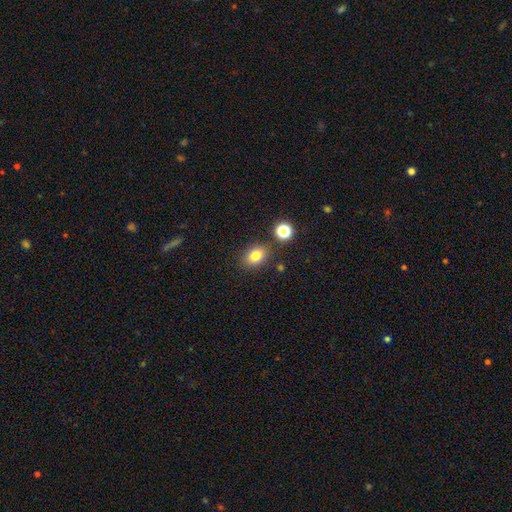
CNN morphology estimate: A smooth galaxy with no disk features (81%) that is in between round and cigar-shaped (65%).

Vote fractions:
- Smooth or featured? smooth: 81% / star or artifact: 12% / featured or disk: 8%
- How rounded? in between: 65% / round: 34% / cigar-shaped: 1%
- Merging? none: 81% / minor disturbance: 11% / merger: 5% / major disturbance: 3%